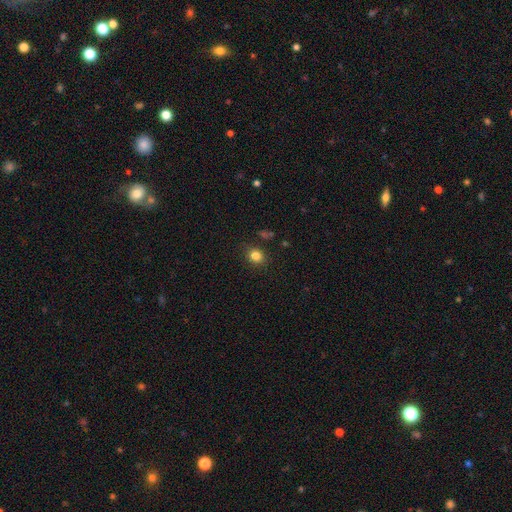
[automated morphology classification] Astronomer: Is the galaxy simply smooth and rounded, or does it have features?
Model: smooth — 83%.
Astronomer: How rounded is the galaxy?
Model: round — 68%.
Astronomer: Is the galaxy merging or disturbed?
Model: none — 84%.